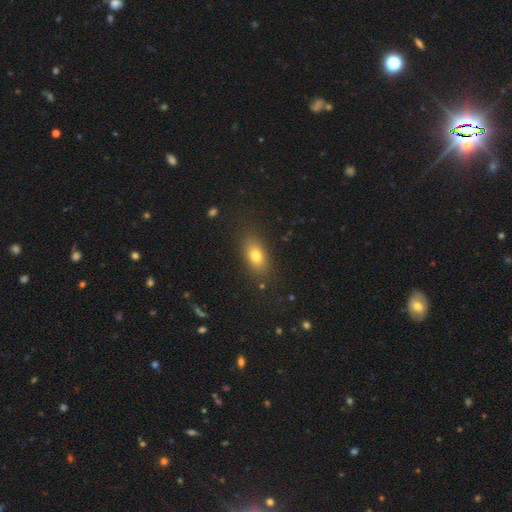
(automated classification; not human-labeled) smooth-or-featured: smooth: 77% | featured or disk: 12% | star or artifact: 11%
  how-rounded: in between: 82% | round: 12% | cigar-shaped: 6%
  merging: none: 83% | minor disturbance: 12% | major disturbance: 4% | merger: 2%